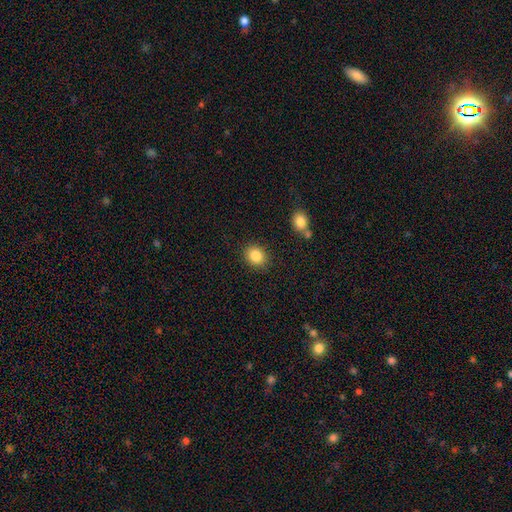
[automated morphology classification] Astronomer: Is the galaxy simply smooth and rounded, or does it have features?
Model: smooth — 86%.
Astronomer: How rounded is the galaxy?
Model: round — 57% (runner-up: in between, 42%).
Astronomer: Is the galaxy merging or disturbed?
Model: none — 87%.